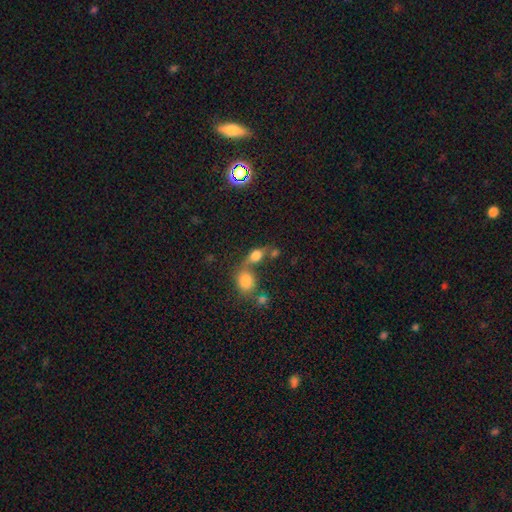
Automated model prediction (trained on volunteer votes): smooth-or-featured: smooth: 69% | star or artifact: 16% | featured or disk: 15%
  how-rounded: in between: 66% | round: 27% | cigar-shaped: 7%
  merging: merger: 44% | none: 36% | minor disturbance: 12% | major disturbance: 9%